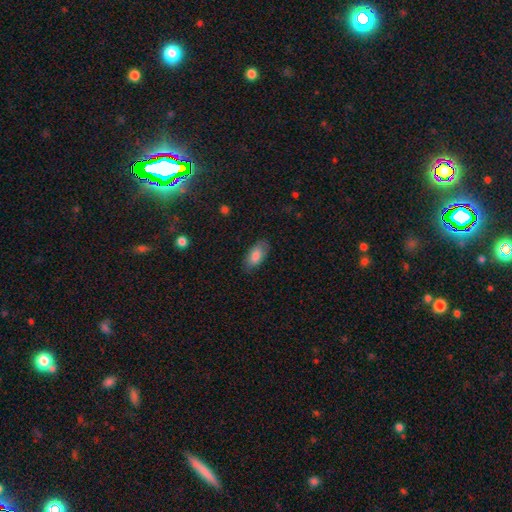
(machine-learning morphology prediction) Overall: smooth (83%). How rounded: in between (92%). Merging: none (81%).